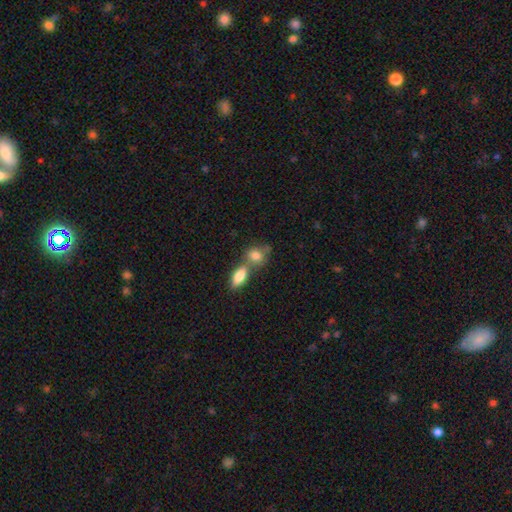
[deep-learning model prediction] Morphology: type=smooth (81%); roundness=in between (59%); merging=merger (47%).